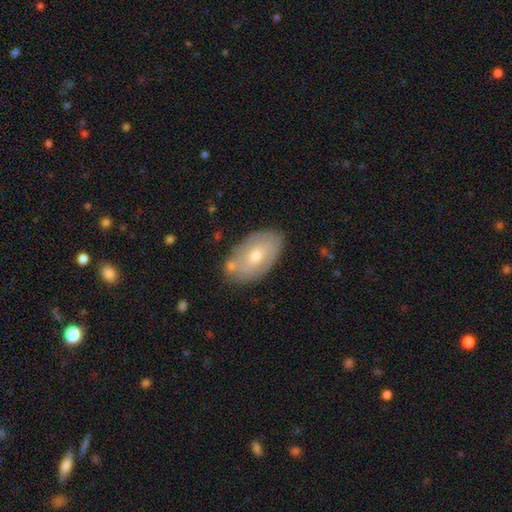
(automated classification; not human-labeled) Q: Smooth or featured?
A: smooth (49%); runner-up: featured or disk (44%)
Q: Merging?
A: none (74%); runner-up: minor disturbance (17%)